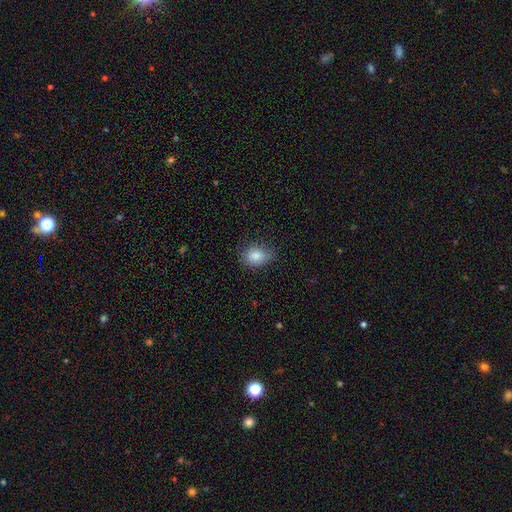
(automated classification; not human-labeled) Overall: smooth (85%). How rounded: in between (61%; round 38%). Merging: none (76%).